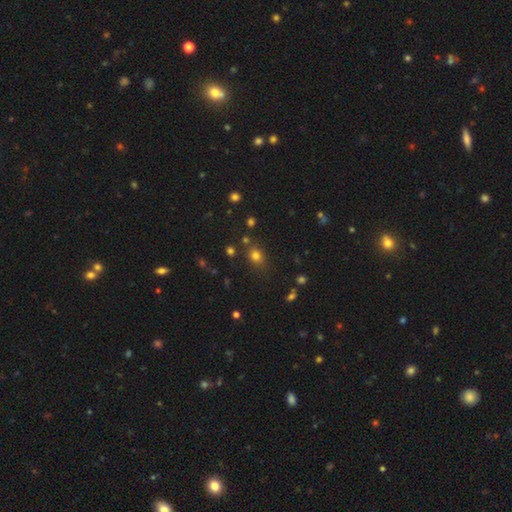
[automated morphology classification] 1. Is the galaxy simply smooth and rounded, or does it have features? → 74% smooth, 18% star or artifact, 7% featured or disk.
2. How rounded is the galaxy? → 57% round, 42% in between, 1% cigar-shaped.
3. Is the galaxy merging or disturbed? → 77% none, 12% minor disturbance, 7% merger, 4% major disturbance.